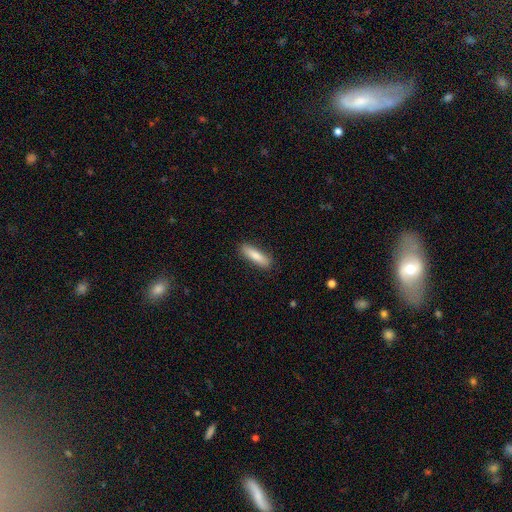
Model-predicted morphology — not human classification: type=smooth (82%); roundness=cigar-shaped (66%); merging=none (87%).